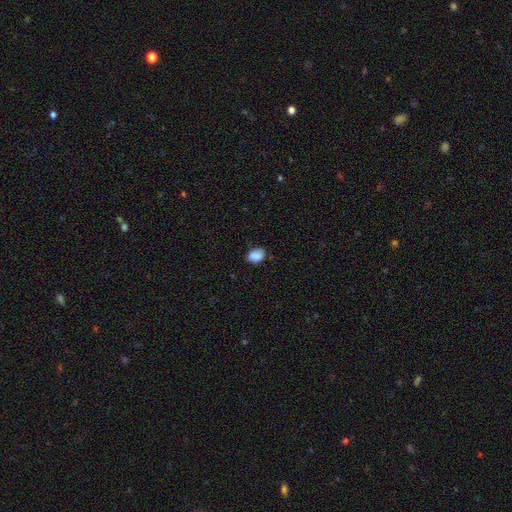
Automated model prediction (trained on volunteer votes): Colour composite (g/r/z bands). It shows a smooth galaxy with no disk features (88%) that is in between round and cigar-shaped (77%). Merging: none (77%).